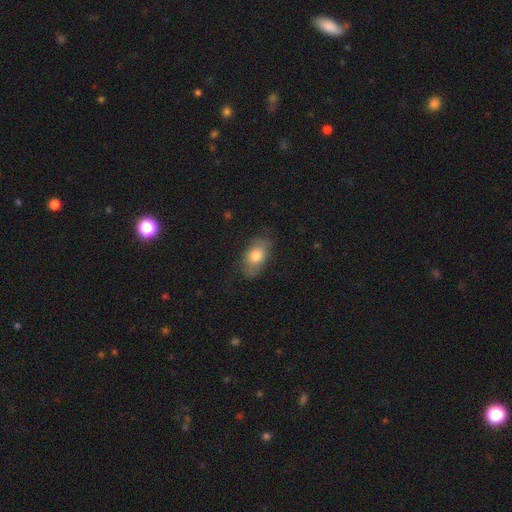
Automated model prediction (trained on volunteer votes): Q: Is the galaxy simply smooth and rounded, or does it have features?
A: smooth — 73%.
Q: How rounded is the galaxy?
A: in between — 87%.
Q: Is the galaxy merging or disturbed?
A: none — 70%.